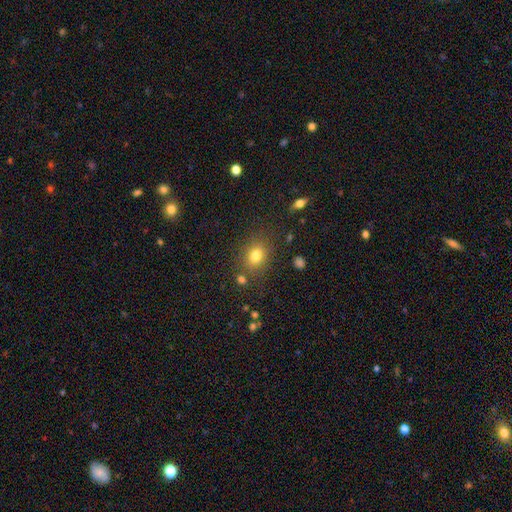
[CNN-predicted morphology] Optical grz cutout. It shows a smooth galaxy with no disk features (78%) that is round (52%). Merging: none (80%).